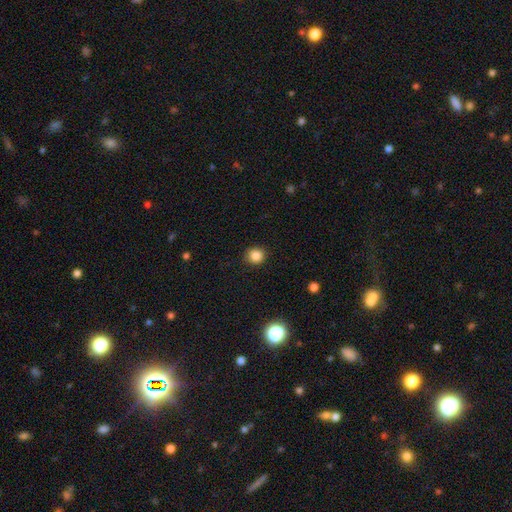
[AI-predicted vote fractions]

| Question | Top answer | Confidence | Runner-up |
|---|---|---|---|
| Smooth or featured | smooth | 85% | star or artifact (12%) |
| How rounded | round | 89% | in between (10%) |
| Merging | none | 89% | minor disturbance (8%) |